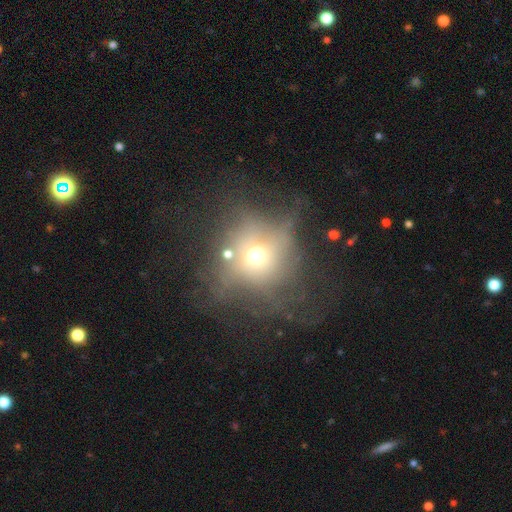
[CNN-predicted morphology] smooth_or_featured: smooth (p=0.51) [alt: featured or disk p=0.30]
how_rounded: round (p=0.84) [alt: in between p=0.15]
merging: none (p=0.43) [alt: major disturbance p=0.30]